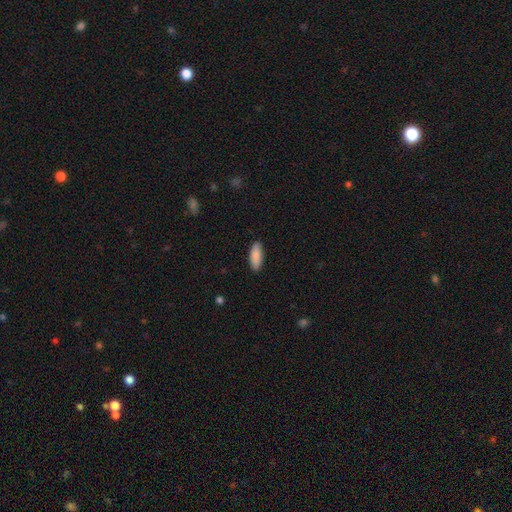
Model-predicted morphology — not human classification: smooth 89%, star or artifact 6%, featured or disk 6%. Down the decision tree: how rounded — in between (70%); merging — none (89%).